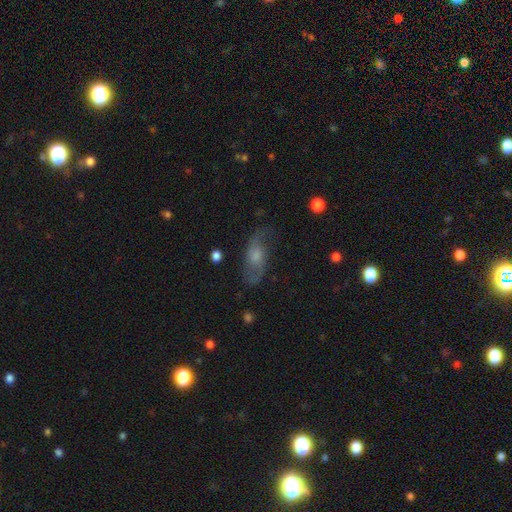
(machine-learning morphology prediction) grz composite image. It shows a featured or disk galaxy (65%) with no bar (67%), 2 (84%) loose (54%) spiral arms (88%) and a moderate central bulge (45%). Merging: none (71%).